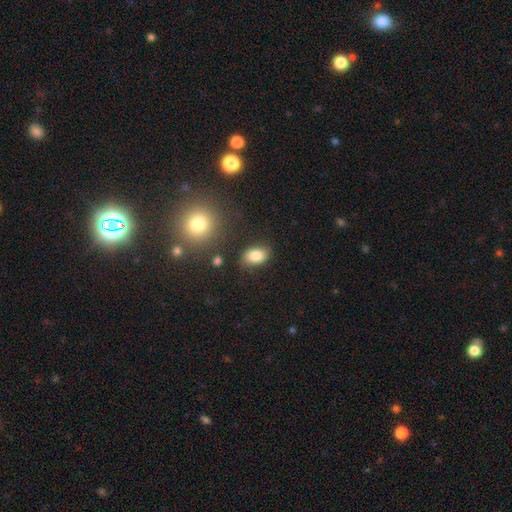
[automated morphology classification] Smooth or featured? Predicted: smooth (p=0.84). How rounded? Predicted: in between (p=0.85). Merging? Predicted: none (p=0.80).